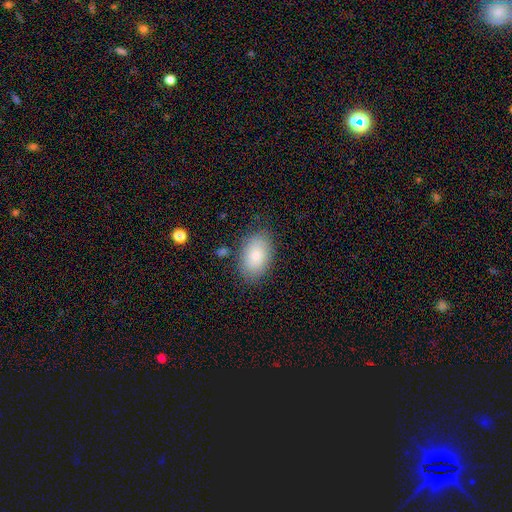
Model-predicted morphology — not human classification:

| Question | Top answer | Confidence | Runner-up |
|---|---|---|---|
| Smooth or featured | smooth | 83% | featured or disk (10%) |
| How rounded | in between | 91% | round (8%) |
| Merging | none | 81% | minor disturbance (13%) |